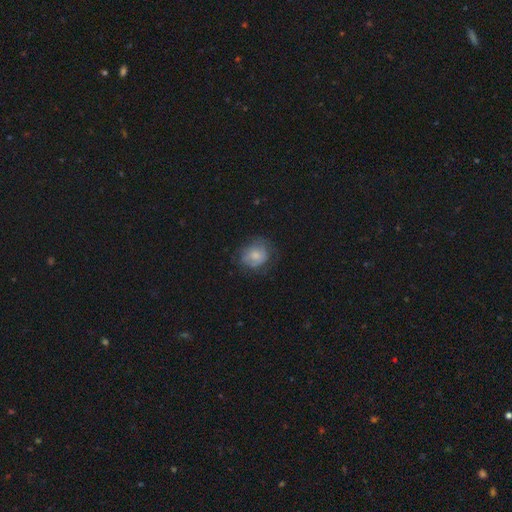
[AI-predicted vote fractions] This is possibly a smooth galaxy (59%). How rounded: likely round (68%). Merging: possibly none (59%).